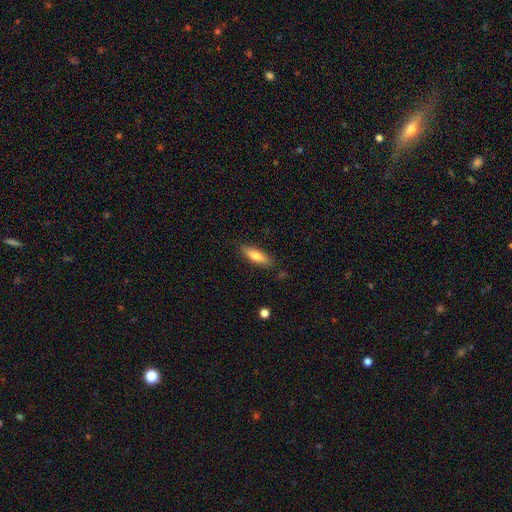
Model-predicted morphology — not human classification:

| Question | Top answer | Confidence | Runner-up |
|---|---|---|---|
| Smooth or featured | smooth | 78% | featured or disk (16%) |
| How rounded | cigar-shaped | 49% | tied: in between (49%) |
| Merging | none | 83% | minor disturbance (13%) |